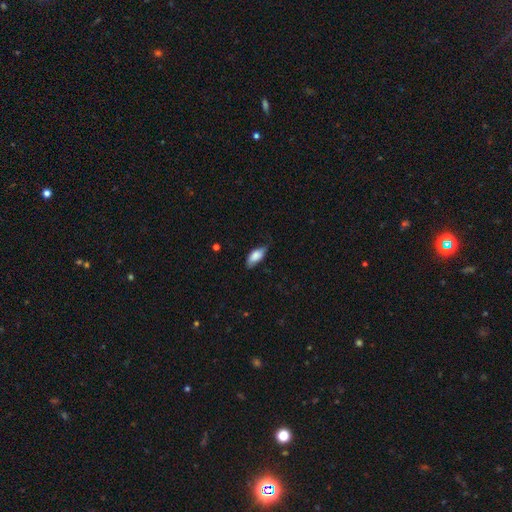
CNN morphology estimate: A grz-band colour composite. It shows a smooth galaxy with no disk features (77%) that is in between round and cigar-shaped (85%). Merging: none (58%).